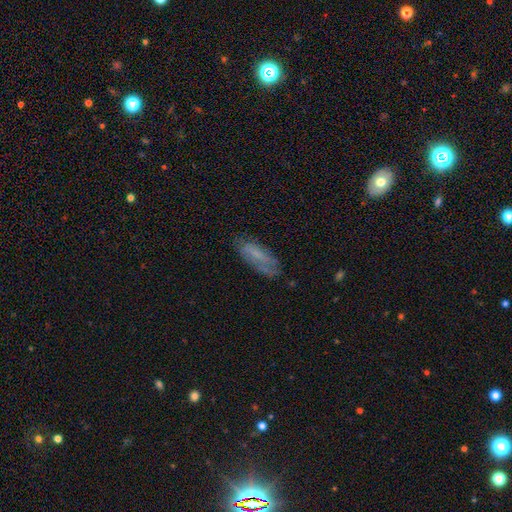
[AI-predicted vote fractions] Smooth or featured: smooth — 49% (featured or disk — 35%)
Merging: none — 73% (minor disturbance — 18%)